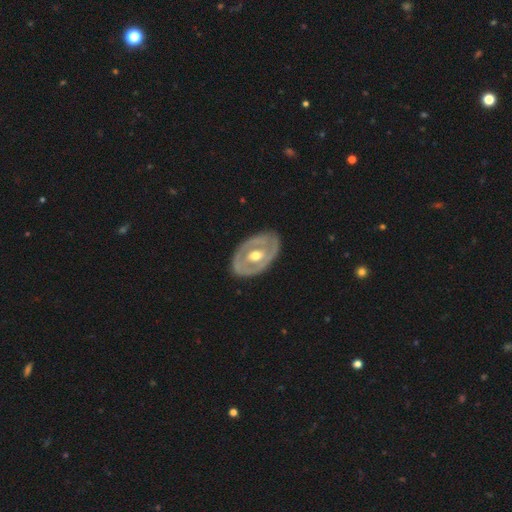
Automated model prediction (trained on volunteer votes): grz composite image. It shows a featured or disk galaxy (70%) with no bar (65%), no spiral arms (67%) and a moderate central bulge (78%). Merging: none (78%).